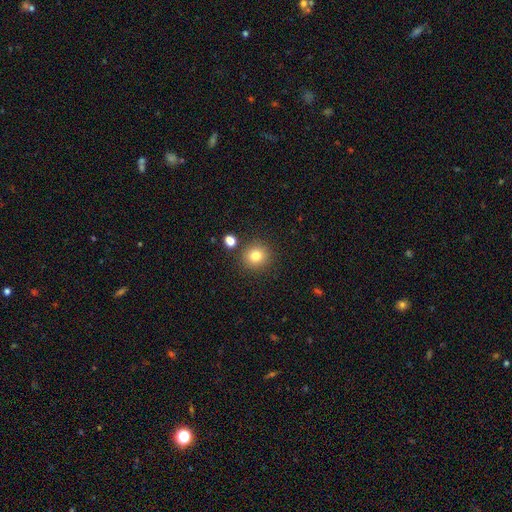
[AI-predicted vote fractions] Q: Smooth or featured?
A: smooth (81%); runner-up: star or artifact (12%)
Q: How rounded?
A: round (89%); runner-up: in between (10%)
Q: Merging?
A: none (85%); runner-up: minor disturbance (7%)